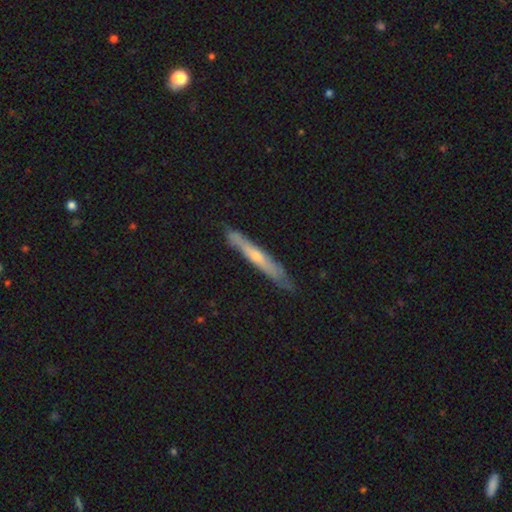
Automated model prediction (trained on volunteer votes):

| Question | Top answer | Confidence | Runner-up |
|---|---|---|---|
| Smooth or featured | featured or disk | 52% | smooth (42%) |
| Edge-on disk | yes | 88% | no (12%) |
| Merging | none | 78% | minor disturbance (18%) |